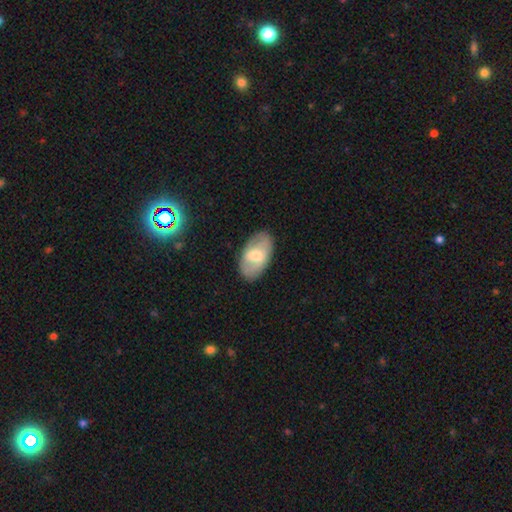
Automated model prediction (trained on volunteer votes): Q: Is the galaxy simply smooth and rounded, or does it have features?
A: smooth — 49%.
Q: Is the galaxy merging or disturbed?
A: none — 82%.